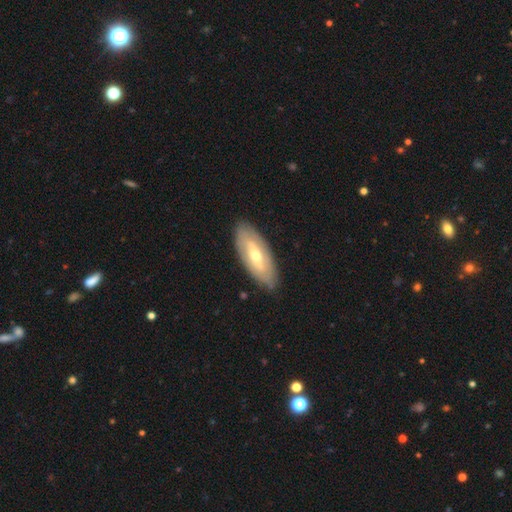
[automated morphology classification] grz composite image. It shows a featured or disk galaxy (57%). Merging: none (84%).